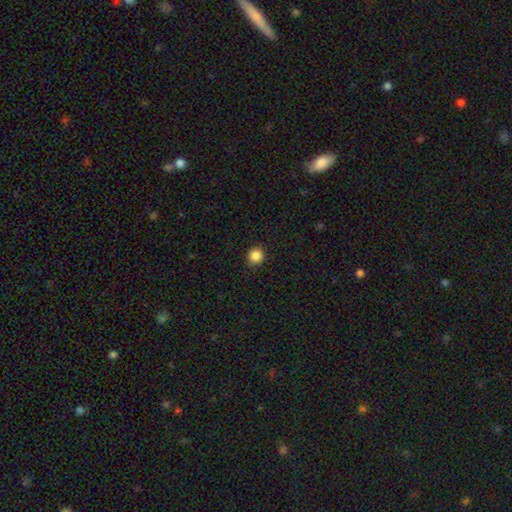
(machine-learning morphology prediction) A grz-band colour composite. It shows a smooth galaxy with no disk features (86%) that is round (93%). Merging: none (92%).